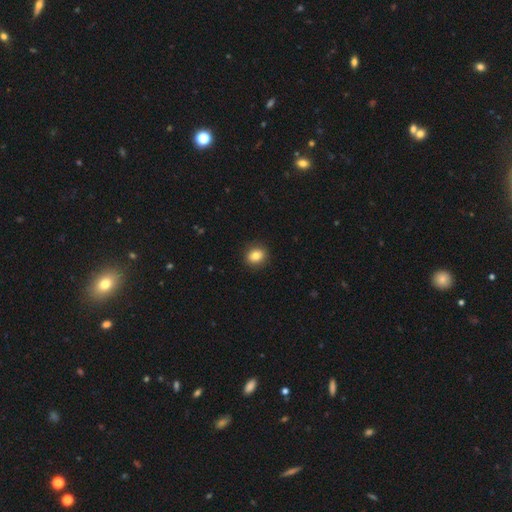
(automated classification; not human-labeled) Smooth or featured? smooth (83%)
How rounded? round (65%)
Merging? none (90%)